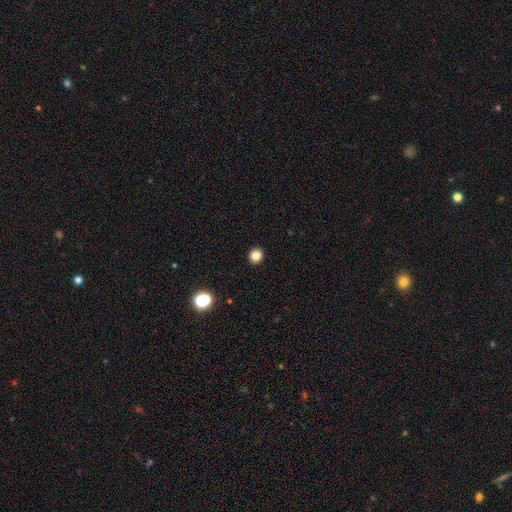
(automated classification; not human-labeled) Morphology: type=smooth (84%); roundness=round (87%); merging=none (93%).